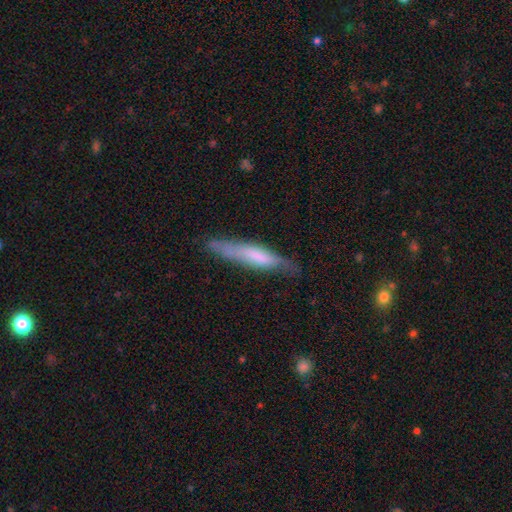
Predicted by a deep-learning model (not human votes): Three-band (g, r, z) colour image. It shows a smooth galaxy with no disk features (58%) that is cigar-shaped (85%). Merging: none (67%).